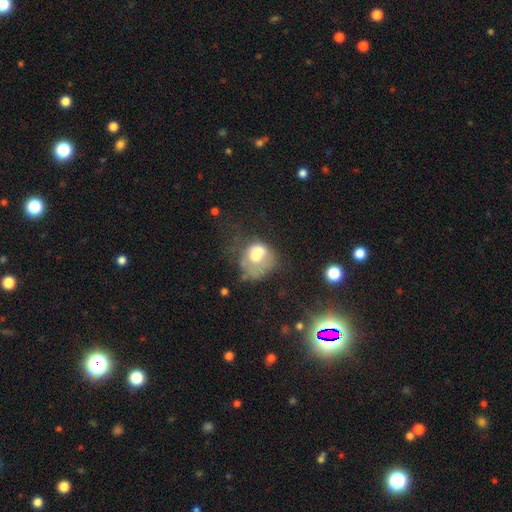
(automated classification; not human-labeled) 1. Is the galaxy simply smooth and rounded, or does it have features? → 52% smooth, 37% featured or disk, 11% star or artifact.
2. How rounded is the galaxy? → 68% round, 32% in between, 1% cigar-shaped.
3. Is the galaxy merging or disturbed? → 29% major disturbance, 26% none, 26% merger, 19% minor disturbance.